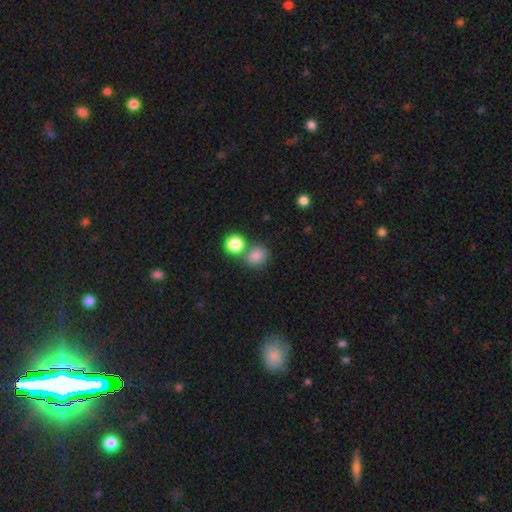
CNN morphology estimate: smooth-or-featured: smooth: 82% | star or artifact: 12% | featured or disk: 7%
  how-rounded: round: 74% | in between: 25% | cigar-shaped: 1%
  merging: none: 58% | merger: 26% | minor disturbance: 12% | major disturbance: 4%